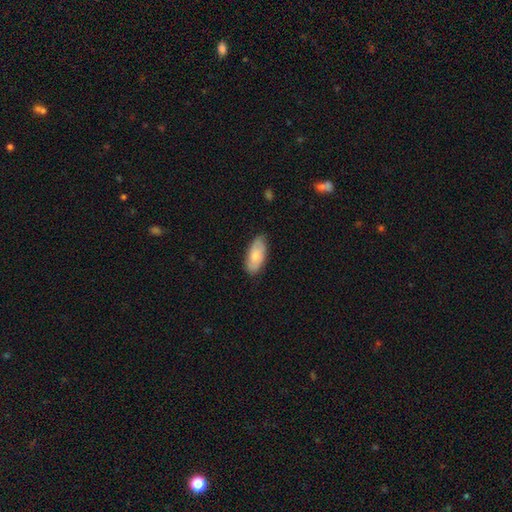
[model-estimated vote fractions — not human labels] smooth-or-featured: smooth: 66% | featured or disk: 28% | star or artifact: 6%
  how-rounded: in between: 90% | cigar-shaped: 7% | round: 2%
  merging: none: 79% | minor disturbance: 17% | major disturbance: 3% | merger: 1%